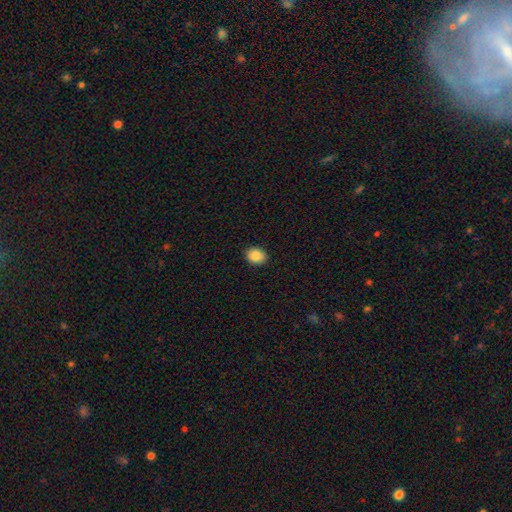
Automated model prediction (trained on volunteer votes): This appears to be a smooth galaxy with no disk features (88%) that is round (53%). Merging: none (90%).